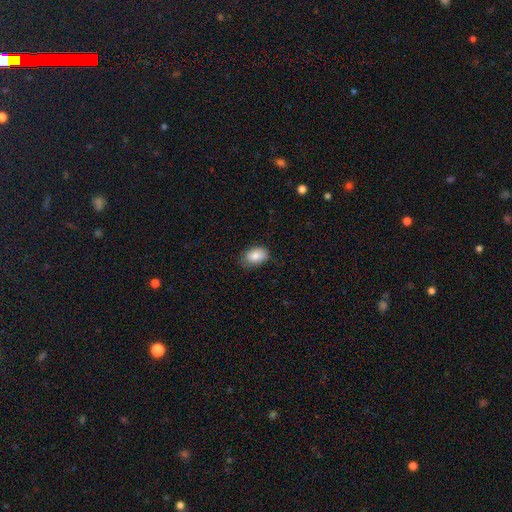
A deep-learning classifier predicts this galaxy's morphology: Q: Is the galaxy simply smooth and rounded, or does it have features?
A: smooth — 86%.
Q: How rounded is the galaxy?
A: in between — 89%.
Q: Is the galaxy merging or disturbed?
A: none — 73%.